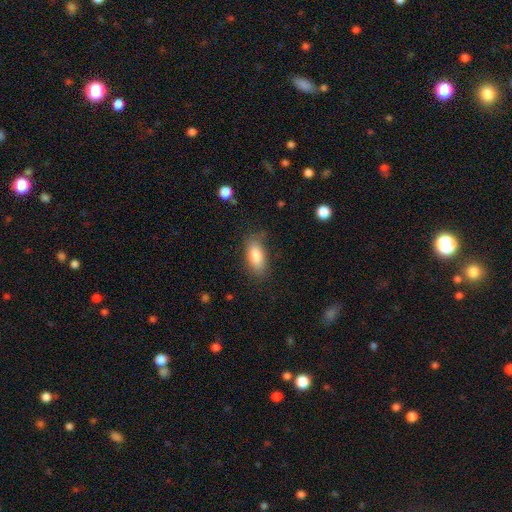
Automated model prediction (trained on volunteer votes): smooth-or-featured: smooth: 83% | featured or disk: 10% | star or artifact: 7%
  how-rounded: in between: 86% | cigar-shaped: 11% | round: 3%
  merging: none: 75% | minor disturbance: 18% | major disturbance: 5% | merger: 2%